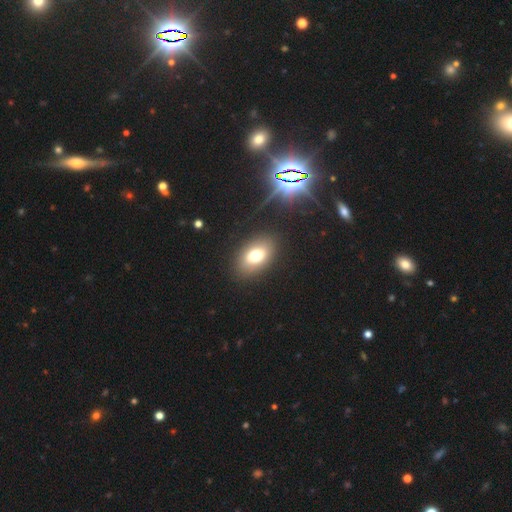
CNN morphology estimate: Overall: smooth (70%). How rounded: in between (85%). Merging: none (86%).